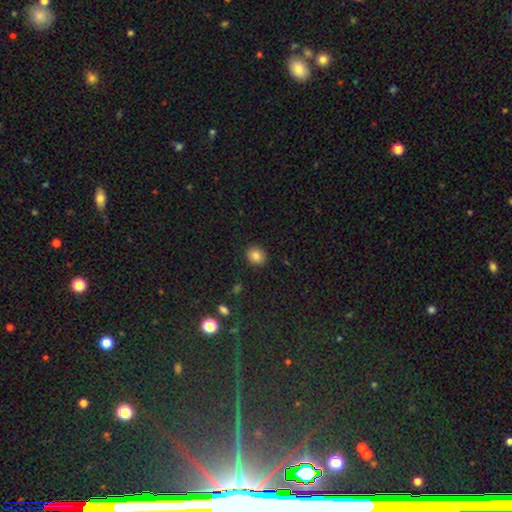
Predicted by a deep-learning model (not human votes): Smooth or featured? smooth (84%)
How rounded? round (65%)
Merging? none (90%)